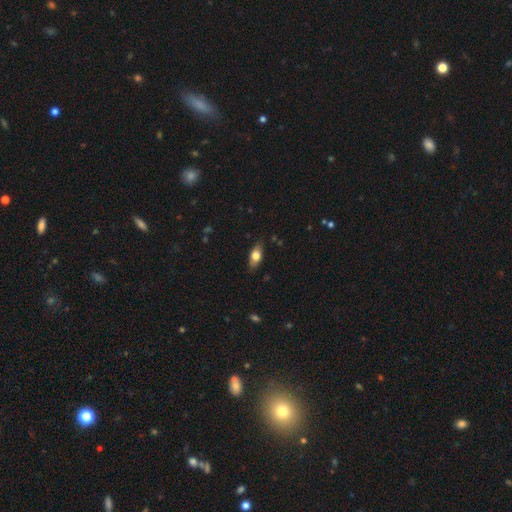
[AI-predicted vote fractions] Smooth or featured?
  - smooth: 67% *
  - featured or disk: 26%
  - star or artifact: 7%
How rounded?
  - in between: 80% *
  - cigar-shaped: 14%
  - round: 6%
Merging?
  - none: 80% *
  - minor disturbance: 15%
  - major disturbance: 3%
  - merger: 1%